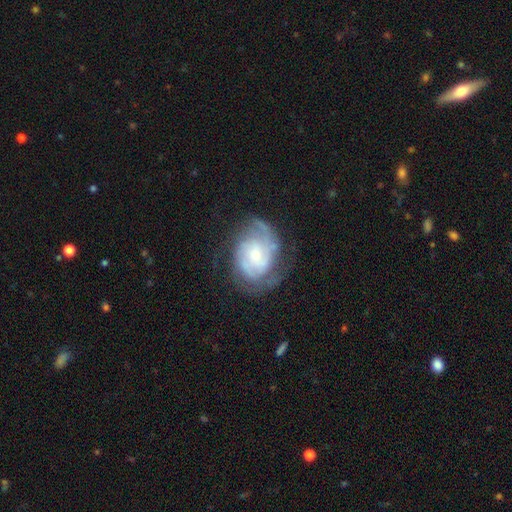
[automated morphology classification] Smooth or featured? Predicted: featured or disk (p=0.80). Edge-on disk? Predicted: no (p=0.97). Bar? Predicted: no (p=0.62). Spiral arms? Predicted: yes (p=0.92). Spiral winding? Predicted: tight (p=0.50). Spiral arm count? Predicted: 2 (p=0.45). Bulge size? Predicted: small (p=0.49). Merging? Predicted: none (p=0.60).